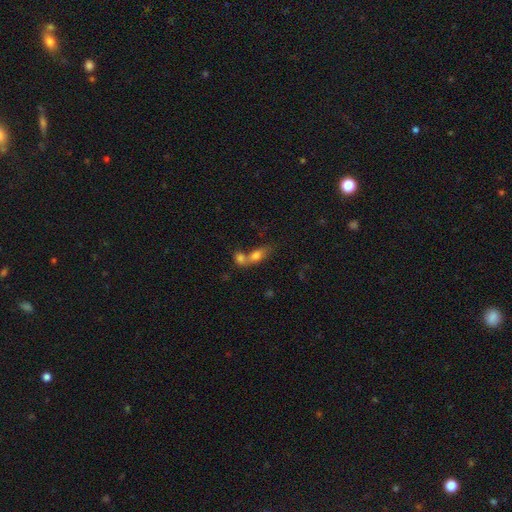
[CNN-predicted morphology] Smooth or featured? Predicted: smooth (p=0.75). How rounded? Predicted: in between (p=0.74). Merging? Predicted: merger (p=0.64).